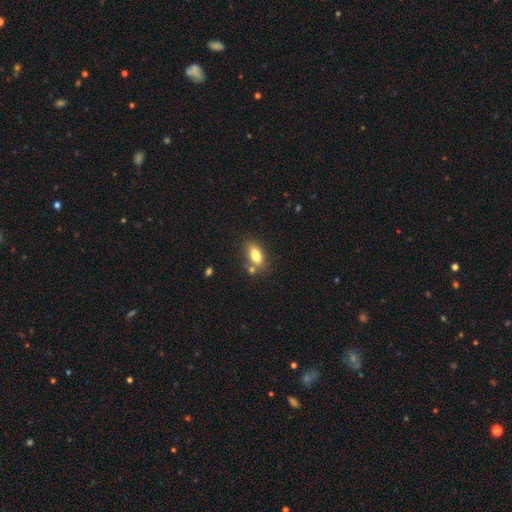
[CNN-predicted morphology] Smooth or featured? smooth (79%)
How rounded? in between (86%)
Merging? none (68%)